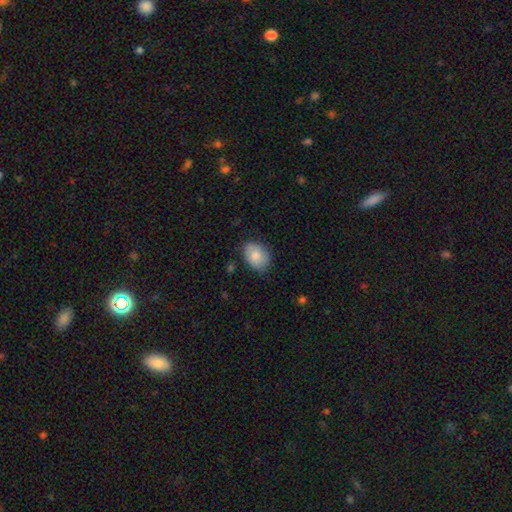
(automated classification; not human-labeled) smooth_or_featured: smooth (p=0.83) [alt: featured or disk p=0.11]
how_rounded: in between (p=0.74) [alt: round p=0.25]
merging: none (p=0.70) [alt: minor disturbance p=0.24]